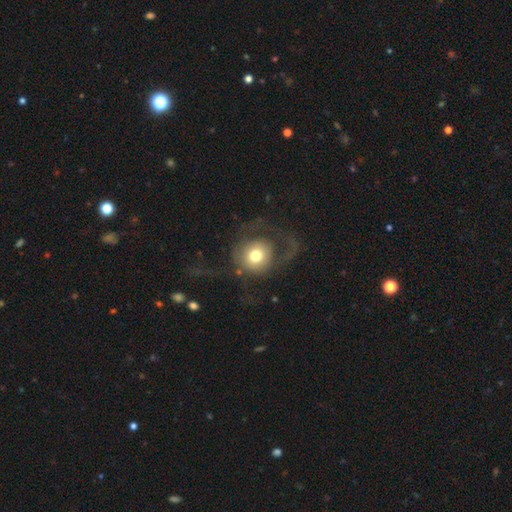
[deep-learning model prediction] Smooth or featured? Predicted: smooth (p=0.58). How rounded? Predicted: round (p=0.86). Merging? Predicted: major disturbance (p=0.49).